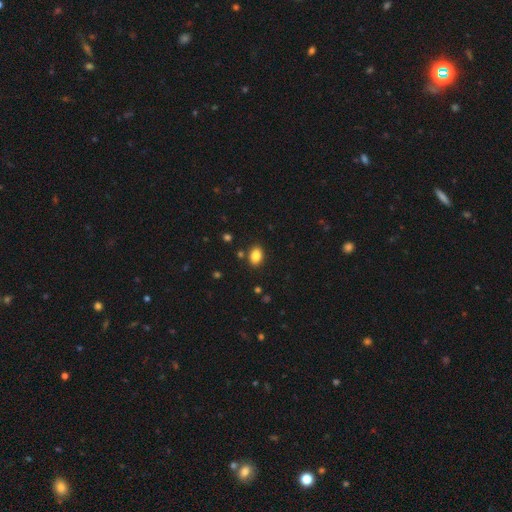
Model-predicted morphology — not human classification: This appears to be a smooth galaxy with no disk features (85%) that is in between round and cigar-shaped (80%). Merging: none (85%).